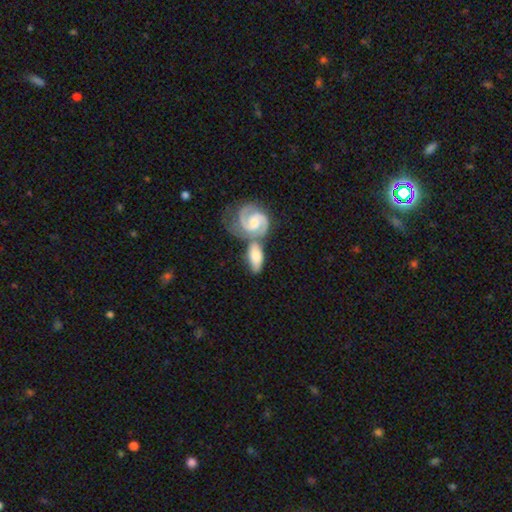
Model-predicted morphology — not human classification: Smooth or featured? featured or disk (57%)
Edge-on disk? no (90%)
Bar? no (51%)
Spiral arms? yes (91%)
Bulge size? moderate (42%)
Merging? merger (50%)